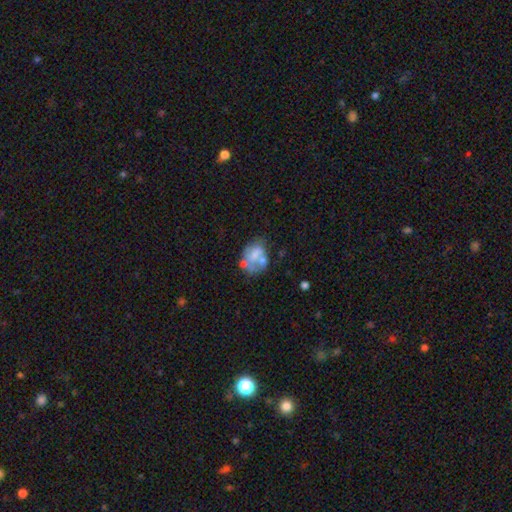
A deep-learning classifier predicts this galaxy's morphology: featured or disk 46%, smooth 44%, star or artifact 10%. Down the decision tree: merging — none (33%).